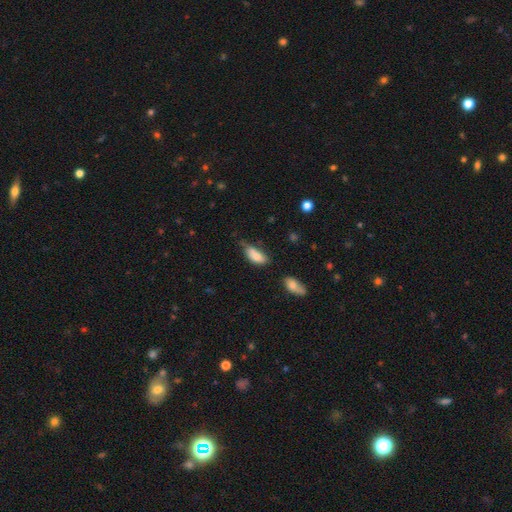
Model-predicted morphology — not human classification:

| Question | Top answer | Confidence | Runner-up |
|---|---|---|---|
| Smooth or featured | smooth | 80% | featured or disk (13%) |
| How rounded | in between | 89% | cigar-shaped (8%) |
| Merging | minor disturbance | 41% | none (38%) |